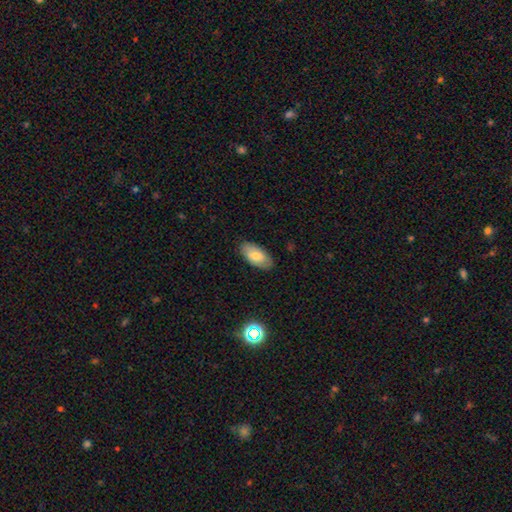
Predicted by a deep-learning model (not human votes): This is likely a smooth galaxy (76%). How rounded: clearly in between (94%). Merging: clearly none (86%).